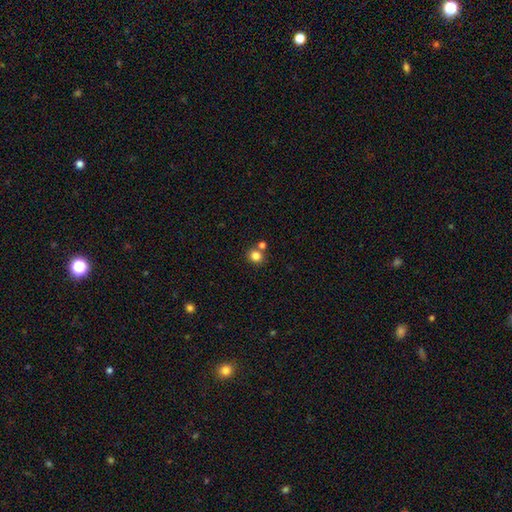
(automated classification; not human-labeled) Smooth or featured? smooth (82%)
How rounded? round (85%)
Merging? none (71%)